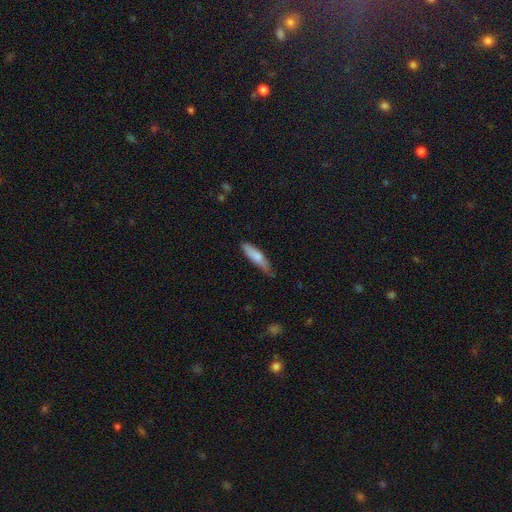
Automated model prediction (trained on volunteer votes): Q: Smooth or featured?
A: smooth (72%); runner-up: featured or disk (22%)
Q: How rounded?
A: cigar-shaped (76%); runner-up: in between (22%)
Q: Merging?
A: none (63%); runner-up: minor disturbance (30%)